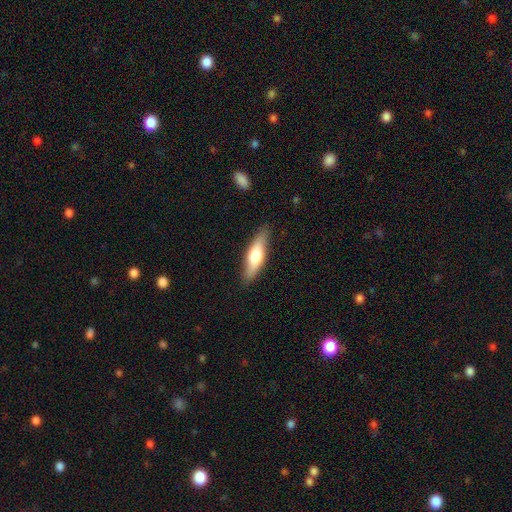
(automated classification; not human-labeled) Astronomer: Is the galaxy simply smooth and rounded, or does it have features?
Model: smooth — 57% (runner-up: featured or disk, 38%).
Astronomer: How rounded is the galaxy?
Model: cigar-shaped — 62%.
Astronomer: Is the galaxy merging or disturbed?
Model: none — 84%.